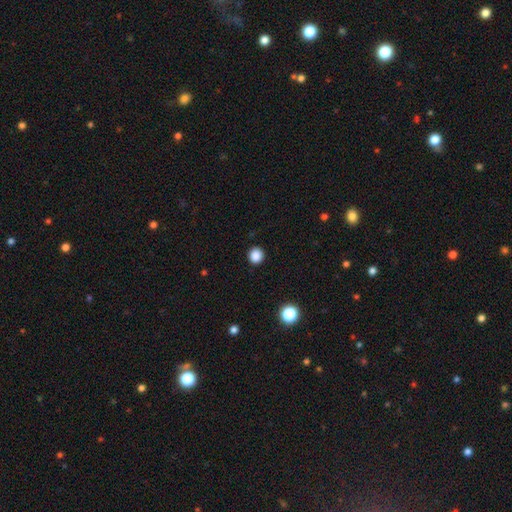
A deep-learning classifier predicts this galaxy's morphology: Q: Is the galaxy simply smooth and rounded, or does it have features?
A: smooth — 87%.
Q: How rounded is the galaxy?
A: round — 91%.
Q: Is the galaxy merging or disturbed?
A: none — 92%.